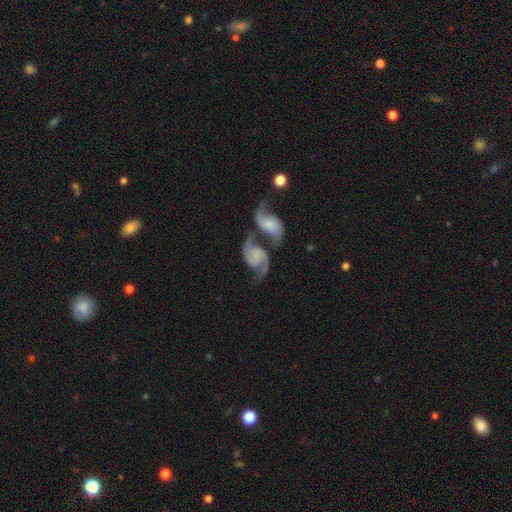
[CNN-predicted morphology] smooth_or_featured: featured or disk (p=0.85) [alt: smooth p=0.10]
disk_edge_on: no (p=0.97) [alt: yes p=0.03]
bar: no (p=0.56) [alt: weak p=0.34]
has_spiral_arms: yes (p=0.96) [alt: no p=0.04]
spiral_winding: medium (p=0.44) [tied with: loose p=0.44]
spiral_arm_count: 2 (p=0.91) [alt: 1 p=0.03]
bulge_size: none (p=0.49) [alt: small p=0.29]
merging: merger (p=0.54) [alt: none p=0.26]